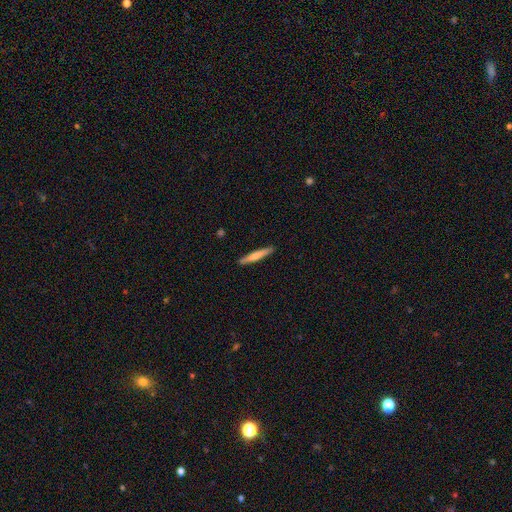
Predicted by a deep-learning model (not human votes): Morphology: type=smooth (69%); roundness=cigar-shaped (95%); merging=none (90%).